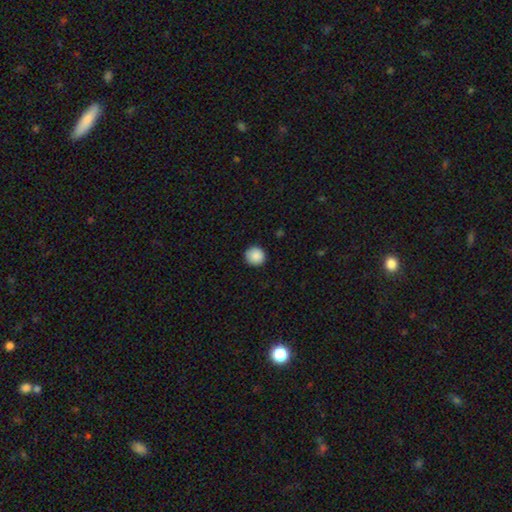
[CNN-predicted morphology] A smooth galaxy with no disk features (89%) that is round (94%). Merging: none (90%).